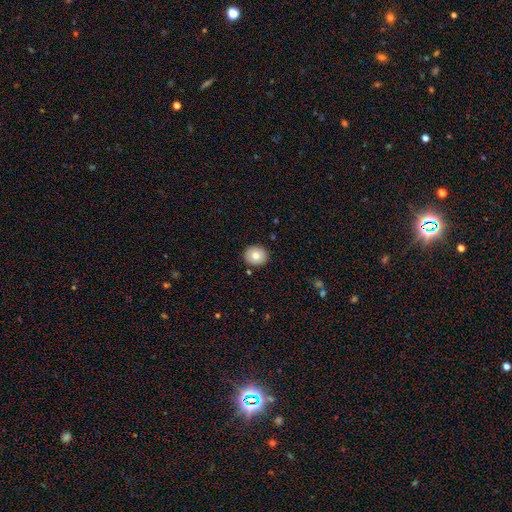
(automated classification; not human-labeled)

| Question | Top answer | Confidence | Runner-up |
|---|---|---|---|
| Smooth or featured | smooth | 78% | featured or disk (13%) |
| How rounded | round | 80% | in between (20%) |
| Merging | none | 90% | minor disturbance (7%) |